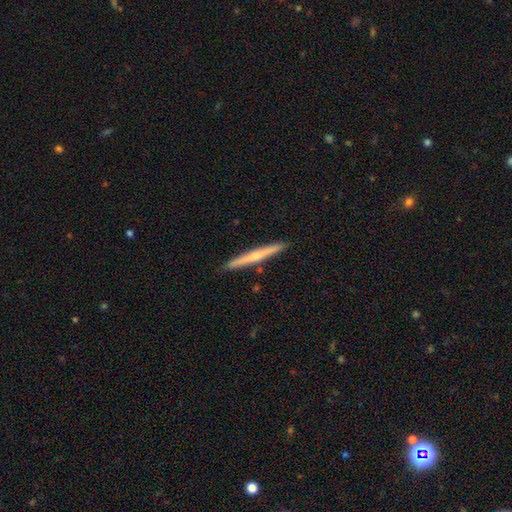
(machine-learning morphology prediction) Smooth or featured?
  - featured or disk: 57% *
  - smooth: 37%
  - star or artifact: 5%
Edge-on disk?
  - yes: 97% *
  - no: 3%
Edge-on bulge?
  - rounded: 60% *
  - none: 36%
  - boxy: 4%
Merging?
  - none: 91% *
  - minor disturbance: 6%
  - merger: 2%
  - major disturbance: 1%